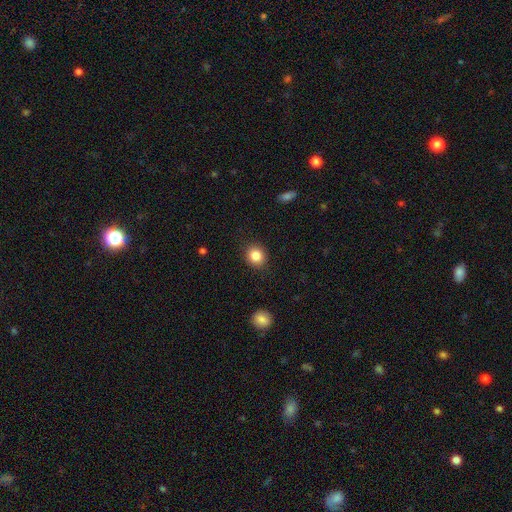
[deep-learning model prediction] Morphology: type=smooth (85%); roundness=round (79%); merging=none (89%).